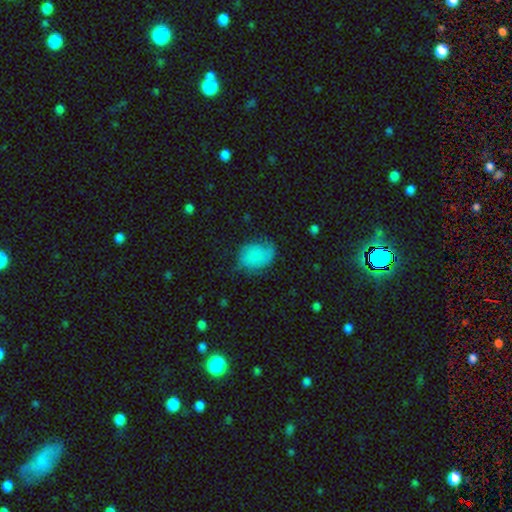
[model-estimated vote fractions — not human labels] Morphology: type=smooth (69%); roundness=in between (59%); merging=none (50%).